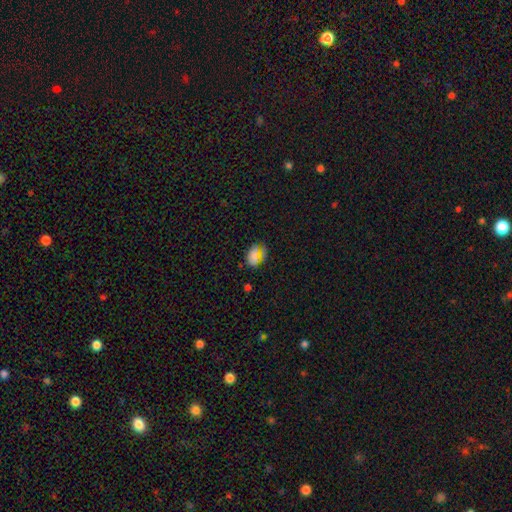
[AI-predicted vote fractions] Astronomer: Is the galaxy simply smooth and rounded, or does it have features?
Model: smooth — 62%.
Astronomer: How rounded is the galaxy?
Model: in between — 77%.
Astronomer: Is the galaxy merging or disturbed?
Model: none — 68%.